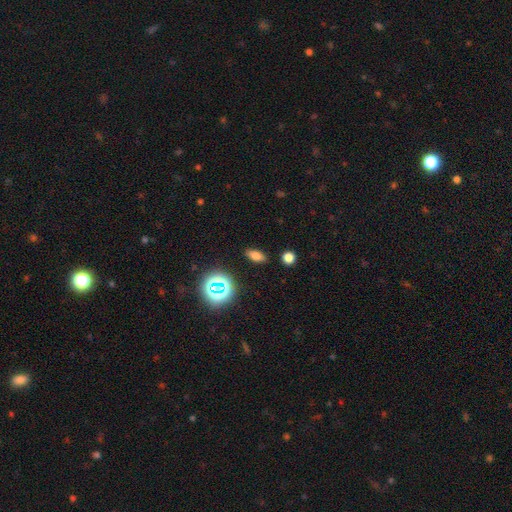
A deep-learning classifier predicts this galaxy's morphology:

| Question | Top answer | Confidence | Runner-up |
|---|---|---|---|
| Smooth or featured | smooth | 71% | star or artifact (19%) |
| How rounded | in between | 78% | cigar-shaped (13%) |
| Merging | none | 88% | minor disturbance (8%) |